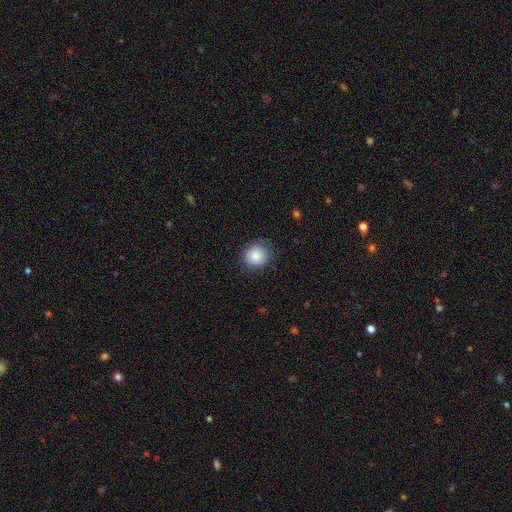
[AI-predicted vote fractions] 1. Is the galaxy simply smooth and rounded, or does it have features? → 84% smooth, 8% star or artifact, 7% featured or disk.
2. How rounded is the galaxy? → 87% round, 12% in between, 1% cigar-shaped.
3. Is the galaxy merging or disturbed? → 84% none, 12% minor disturbance, 3% major disturbance, 1% merger.